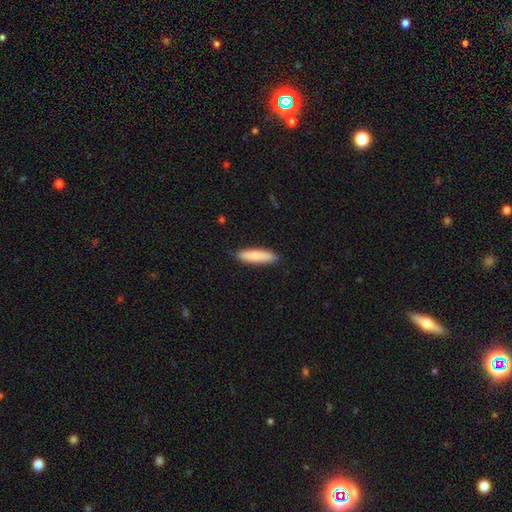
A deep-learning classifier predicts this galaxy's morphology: Smooth or featured: smooth — 84% (featured or disk — 10%)
How rounded: cigar-shaped — 72% (in between — 26%)
Merging: none — 88% (minor disturbance — 9%)